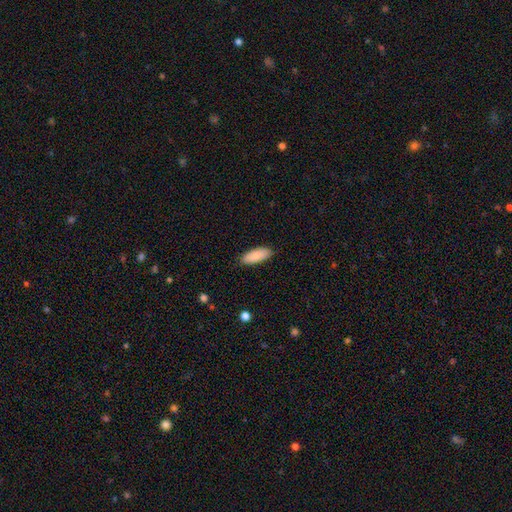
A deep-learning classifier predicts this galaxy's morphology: Smooth or featured?
  - smooth: 88% *
  - featured or disk: 6%
  - star or artifact: 6%
How rounded?
  - in between: 75% *
  - cigar-shaped: 23%
  - round: 2%
Merging?
  - none: 88% *
  - minor disturbance: 10%
  - major disturbance: 2%
  - merger: 1%